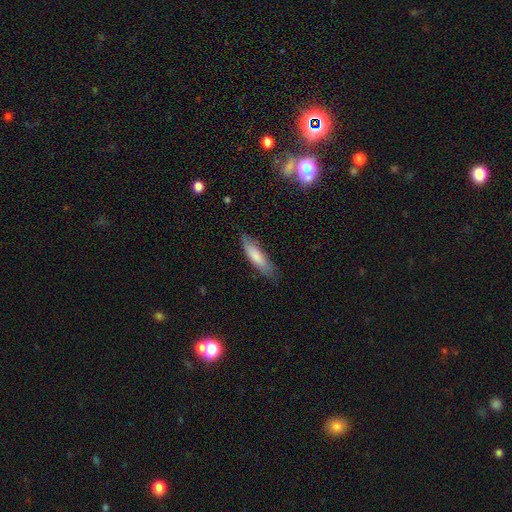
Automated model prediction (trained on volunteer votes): A smooth galaxy with no disk features (77%) that is cigar-shaped (65%).

Vote fractions:
- Smooth or featured? smooth: 77% / featured or disk: 17% / star or artifact: 6%
- How rounded? cigar-shaped: 65% / in between: 34% / round: 1%
- Merging? none: 77% / minor disturbance: 18% / major disturbance: 4% / merger: 1%